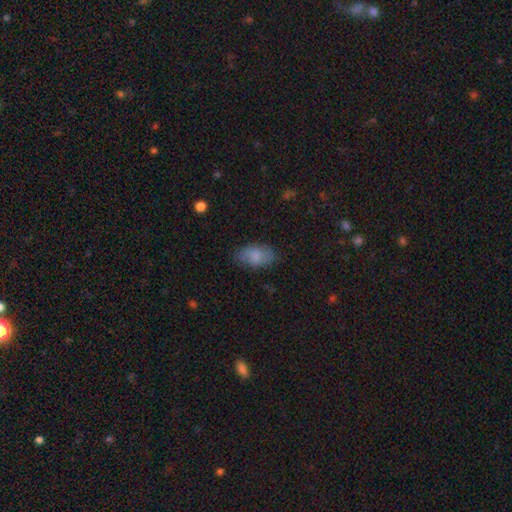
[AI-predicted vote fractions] smooth-or-featured: smooth: 79% | featured or disk: 13% | star or artifact: 8%
  how-rounded: in between: 93% | round: 5% | cigar-shaped: 2%
  merging: none: 74% | minor disturbance: 19% | major disturbance: 5% | merger: 1%